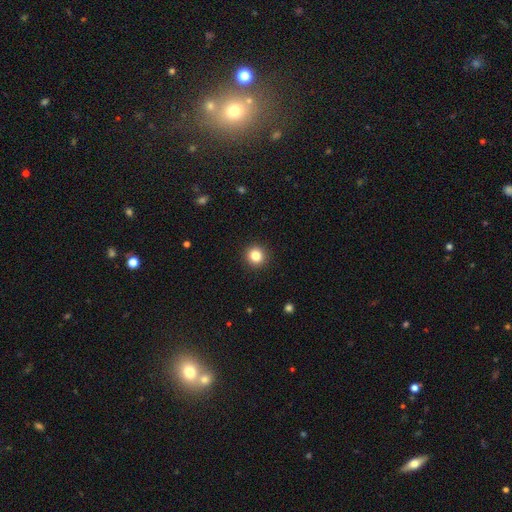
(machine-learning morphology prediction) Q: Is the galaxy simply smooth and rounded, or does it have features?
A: smooth — 84%.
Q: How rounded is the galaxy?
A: round — 92%.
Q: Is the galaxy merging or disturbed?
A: none — 93%.